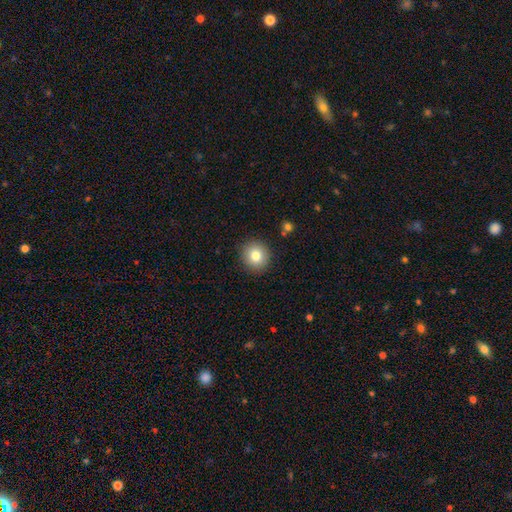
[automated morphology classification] smooth-or-featured: smooth: 80% | star or artifact: 10% | featured or disk: 9%
  how-rounded: round: 92% | in between: 7% | cigar-shaped: 1%
  merging: none: 90% | minor disturbance: 6% | major disturbance: 2% | merger: 1%